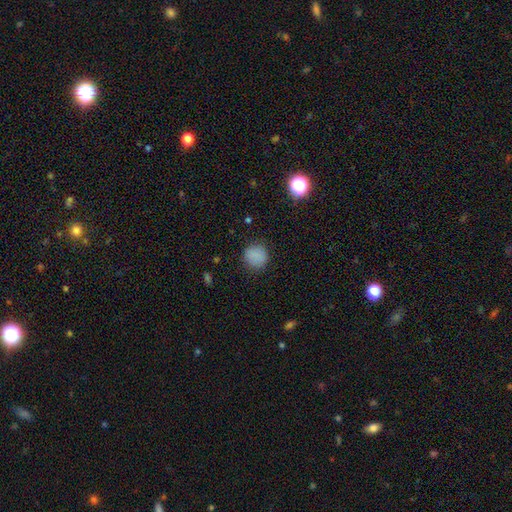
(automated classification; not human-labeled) Smooth or featured? Predicted: smooth (p=0.85). How rounded? Predicted: round (p=0.90). Merging? Predicted: none (p=0.87).